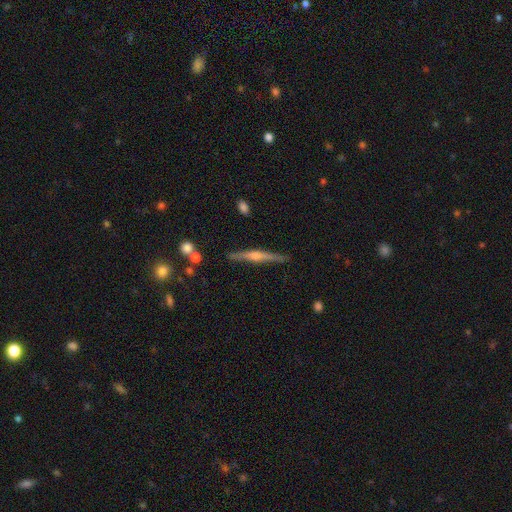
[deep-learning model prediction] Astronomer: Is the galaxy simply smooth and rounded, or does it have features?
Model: featured or disk — 79%.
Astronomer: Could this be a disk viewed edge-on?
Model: yes — 98%.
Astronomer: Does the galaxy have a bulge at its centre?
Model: rounded — 83%.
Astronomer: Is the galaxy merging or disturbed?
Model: none — 89%.